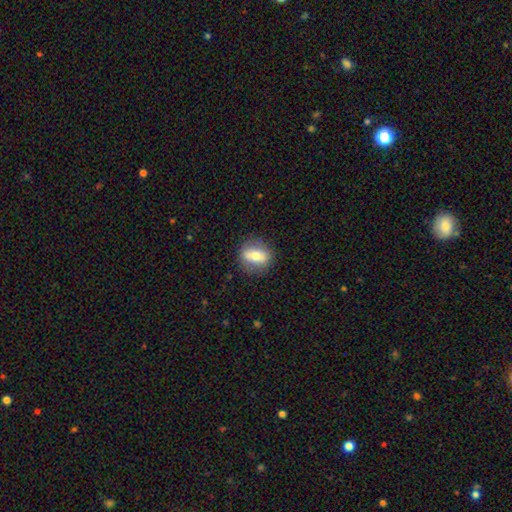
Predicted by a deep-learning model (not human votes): Smooth or featured? Predicted: smooth (p=0.60). How rounded? Predicted: in between (p=0.51). Merging? Predicted: none (p=0.83).